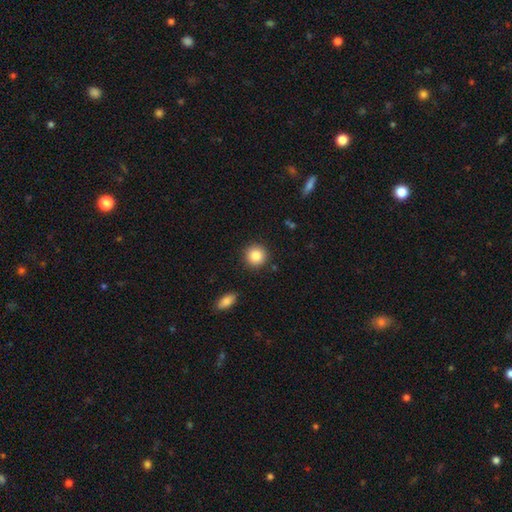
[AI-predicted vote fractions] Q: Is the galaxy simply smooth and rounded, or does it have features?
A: smooth — 87%.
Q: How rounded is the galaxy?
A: round — 93%.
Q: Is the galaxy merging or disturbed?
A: none — 90%.